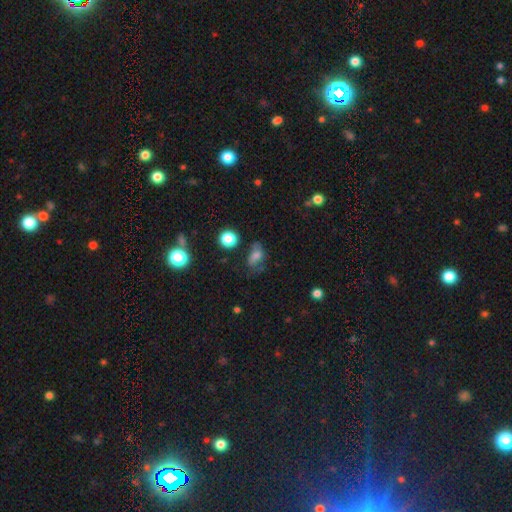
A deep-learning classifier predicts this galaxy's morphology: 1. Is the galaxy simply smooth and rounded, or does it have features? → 62% smooth, 20% featured or disk, 18% star or artifact.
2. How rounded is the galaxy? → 73% in between, 22% round, 4% cigar-shaped.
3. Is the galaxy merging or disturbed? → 47% none, 27% minor disturbance, 19% major disturbance, 6% merger.